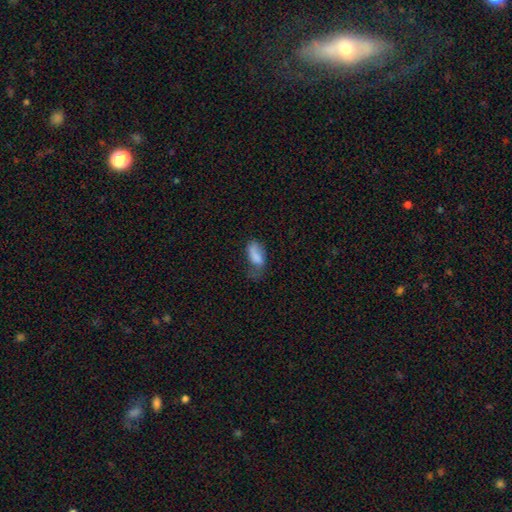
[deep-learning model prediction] Smooth or featured? Predicted: smooth (p=0.75). How rounded? Predicted: in between (p=0.88). Merging? Predicted: major disturbance (p=0.36).